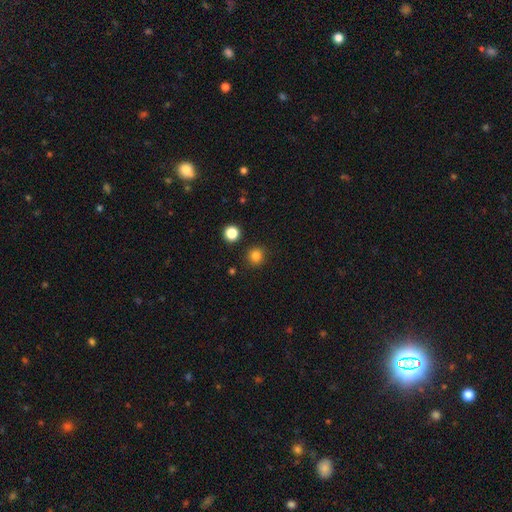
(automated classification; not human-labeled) The model was most divided on "smooth or featured": smooth: 83%, star or artifact: 13%, featured or disk: 4%. More confident: how rounded — round (93%); merging — none (90%).